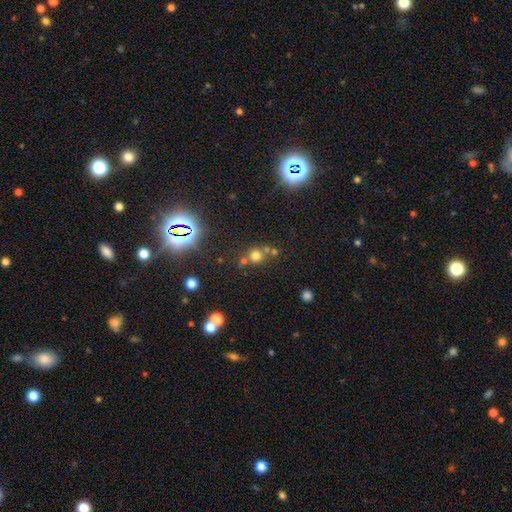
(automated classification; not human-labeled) A smooth galaxy with no disk features (66%) that is round (89%). Merging: none (61%).